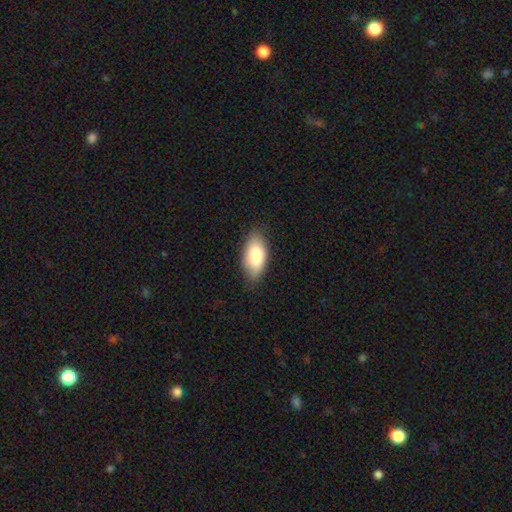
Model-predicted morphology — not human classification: This is clearly a smooth galaxy (86%). How rounded: clearly in between (93%). Merging: clearly none (81%).